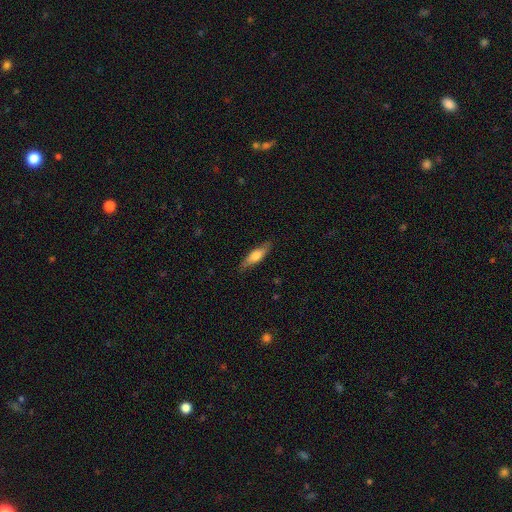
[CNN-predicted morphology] smooth-or-featured: smooth: 64% | featured or disk: 30% | star or artifact: 6%
  how-rounded: cigar-shaped: 56% | in between: 42% | round: 2%
  merging: none: 83% | minor disturbance: 13% | major disturbance: 3% | merger: 1%